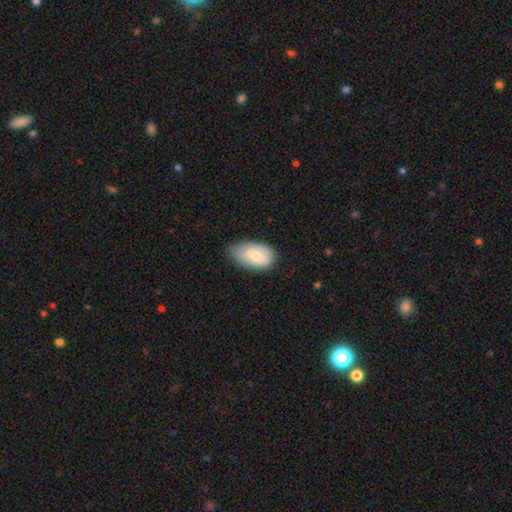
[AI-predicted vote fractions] smooth-or-featured: smooth: 71% | featured or disk: 23% | star or artifact: 6%
  how-rounded: in between: 93% | round: 5% | cigar-shaped: 2%
  merging: none: 63% | minor disturbance: 29% | major disturbance: 6% | merger: 1%